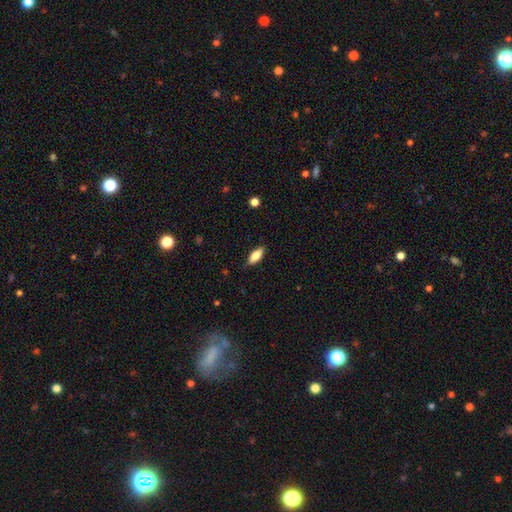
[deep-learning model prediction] smooth-or-featured: smooth: 73% | featured or disk: 20% | star or artifact: 7%
  how-rounded: in between: 77% | cigar-shaped: 21% | round: 2%
  merging: none: 84% | minor disturbance: 12% | major disturbance: 2% | merger: 1%